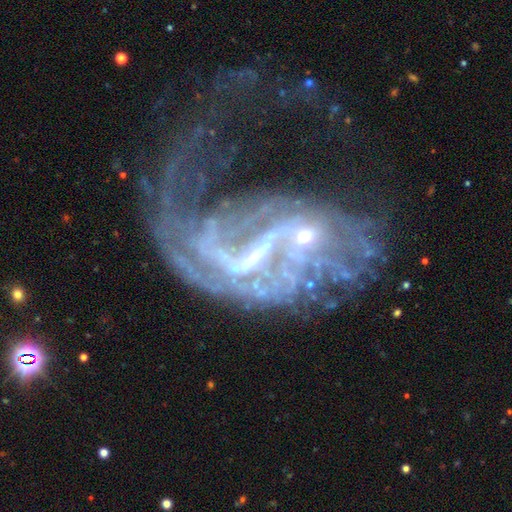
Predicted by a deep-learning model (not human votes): A featured or disk galaxy (83%) with a weak bar (38%, tied with strong), 1 (45%) loose (53%) spiral arms (80%) and a small central bulge (47%). Merging: major disturbance (64%).